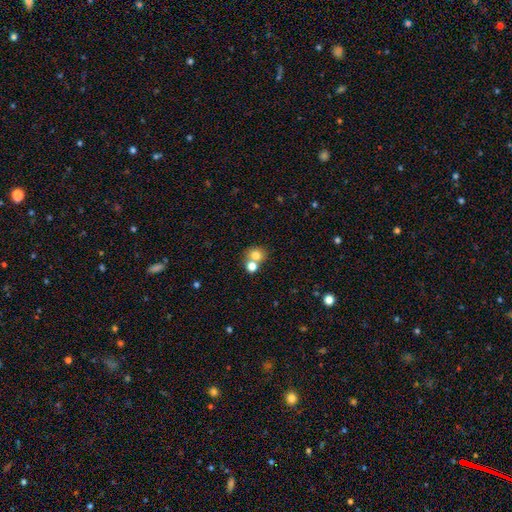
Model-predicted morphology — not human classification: smooth-or-featured: smooth: 76% | star or artifact: 12% | featured or disk: 11%
  how-rounded: round: 75% | in between: 24% | cigar-shaped: 1%
  merging: none: 46% | merger: 44% | minor disturbance: 7% | major disturbance: 3%